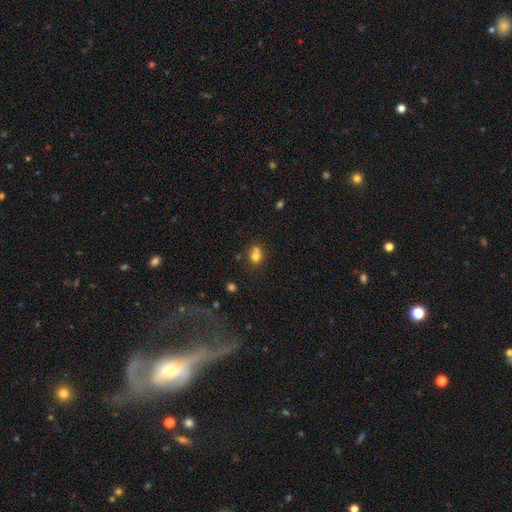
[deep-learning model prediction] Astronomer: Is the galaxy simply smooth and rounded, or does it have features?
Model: smooth — 75%.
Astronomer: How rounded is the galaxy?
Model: round — 63%.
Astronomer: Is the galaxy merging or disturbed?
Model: none — 42% (runner-up: merger, 38%).